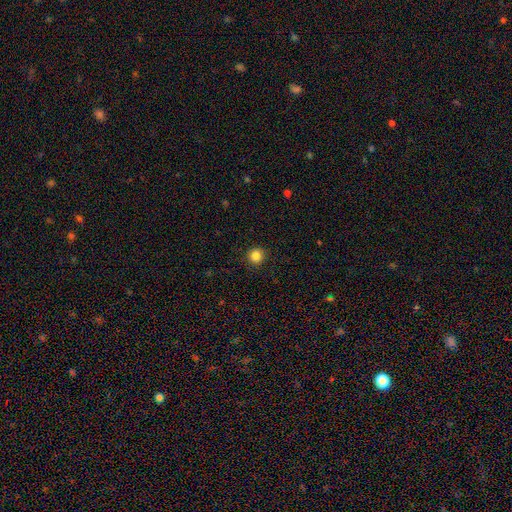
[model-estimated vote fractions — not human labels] This is clearly a smooth galaxy (85%). How rounded: clearly round (93%). Merging: clearly none (91%).